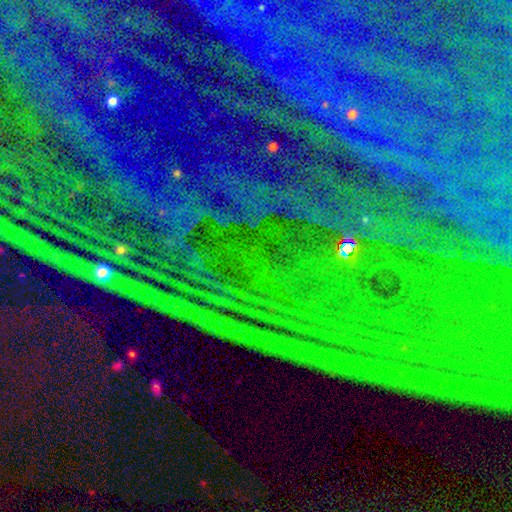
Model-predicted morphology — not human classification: Smooth or featured: star or artifact — 87% (featured or disk — 7%)